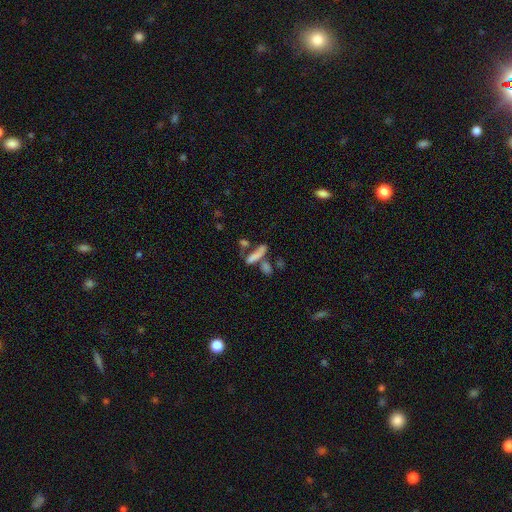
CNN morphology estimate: This is likely a smooth galaxy (68%). How rounded: likely cigar-shaped (61%). Merging: marginally merger (40%).